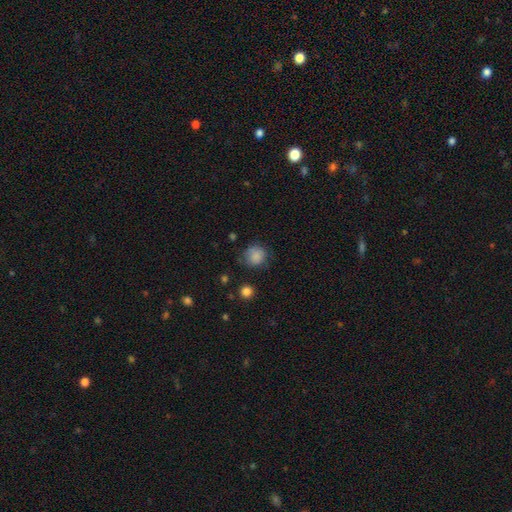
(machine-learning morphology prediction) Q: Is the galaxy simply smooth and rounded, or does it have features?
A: smooth — 84%.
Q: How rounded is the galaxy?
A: round — 86%.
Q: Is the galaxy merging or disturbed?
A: none — 73%.